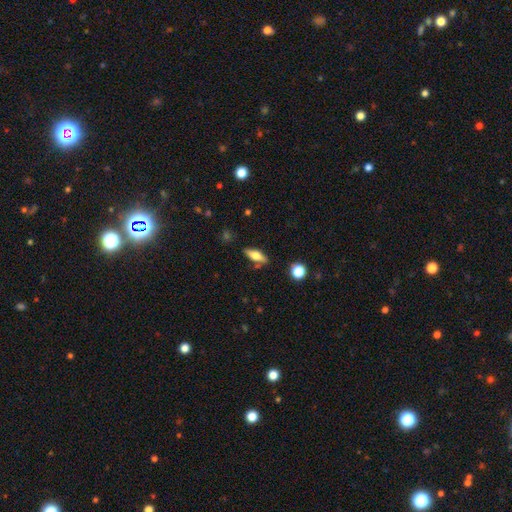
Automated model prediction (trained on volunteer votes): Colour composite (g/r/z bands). It shows a smooth galaxy with no disk features (56%) that is in between round and cigar-shaped (60%). Merging: none (79%).